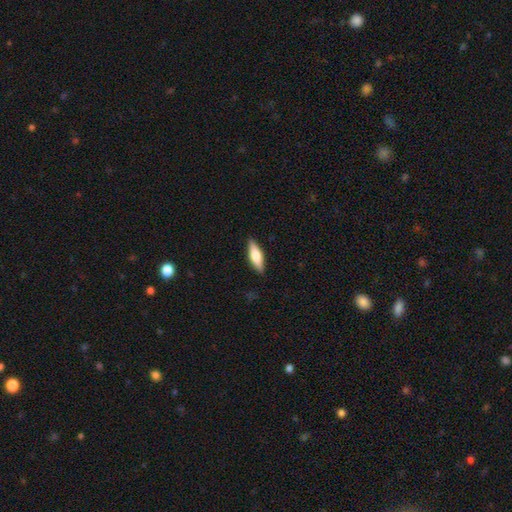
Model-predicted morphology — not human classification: Smooth or featured? smooth (61%)
How rounded? cigar-shaped (49%, tied with in between)
Merging? none (88%)